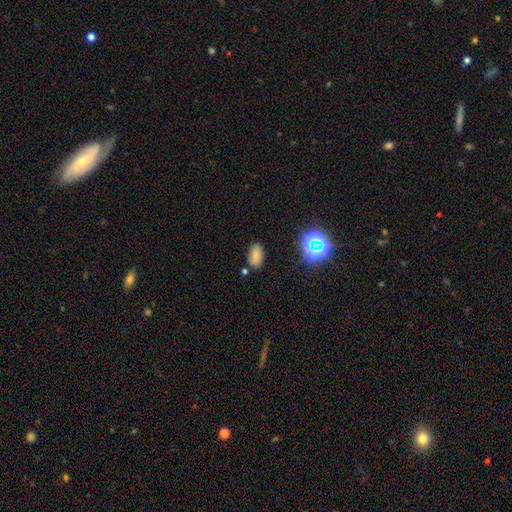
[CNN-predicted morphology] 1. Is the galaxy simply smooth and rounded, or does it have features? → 78% smooth, 16% star or artifact, 6% featured or disk.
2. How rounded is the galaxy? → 91% in between, 6% round, 3% cigar-shaped.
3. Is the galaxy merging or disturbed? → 82% none, 11% minor disturbance, 3% merger, 3% major disturbance.